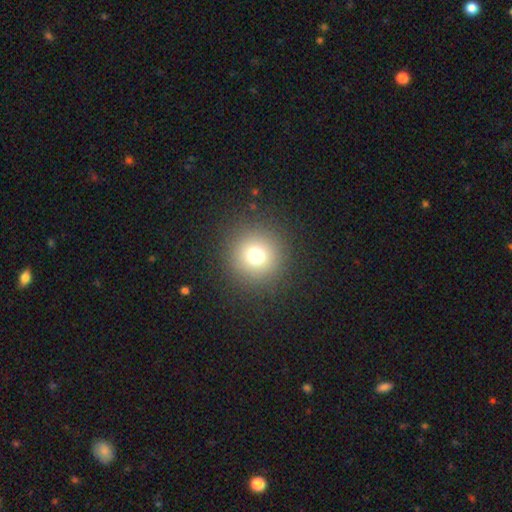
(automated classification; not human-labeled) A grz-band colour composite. It shows a smooth galaxy with no disk features (73%) that is round (96%). Merging: none (90%).